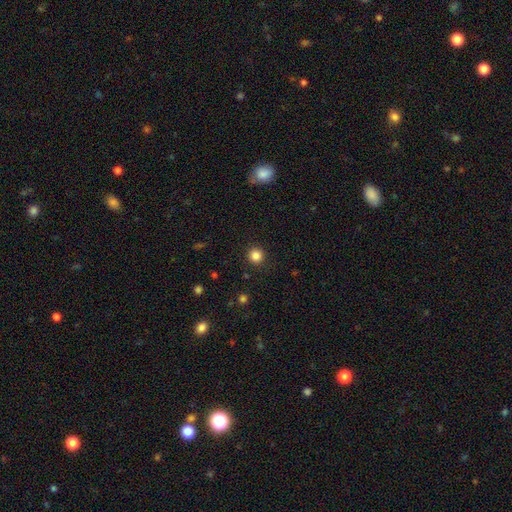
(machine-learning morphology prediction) The model was most divided on "smooth or featured": smooth: 85%, star or artifact: 12%, featured or disk: 4%. More confident: how rounded — round (94%); merging — none (92%).